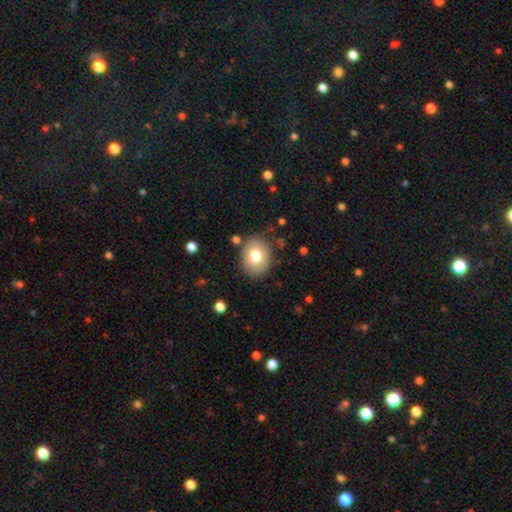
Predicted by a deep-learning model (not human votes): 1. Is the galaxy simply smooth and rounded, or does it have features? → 75% smooth, 17% featured or disk, 8% star or artifact.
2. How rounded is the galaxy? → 60% in between, 40% round, 1% cigar-shaped.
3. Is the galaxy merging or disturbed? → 84% none, 10% minor disturbance, 3% major disturbance, 2% merger.